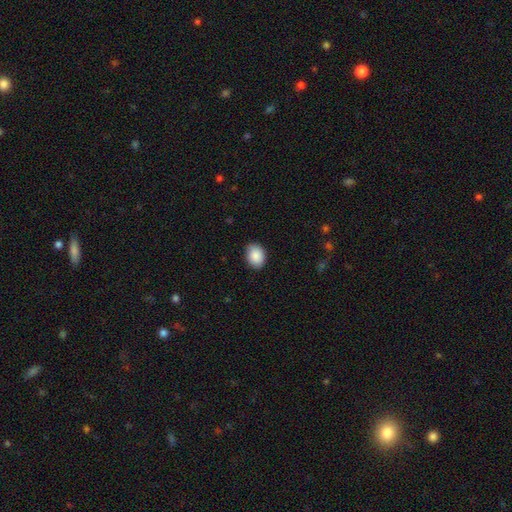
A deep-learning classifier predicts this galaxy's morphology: Smooth or featured? smooth (89%)
How rounded? in between (66%)
Merging? none (84%)